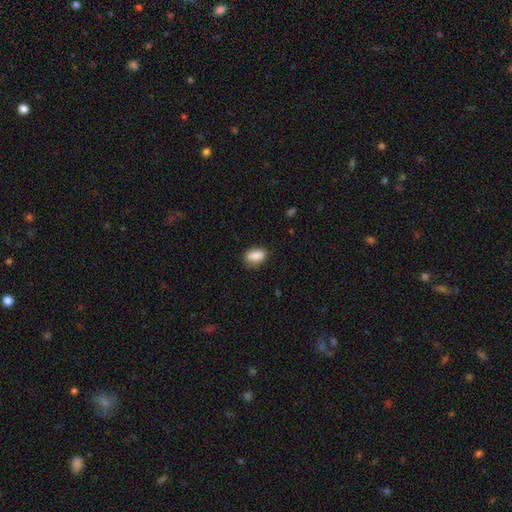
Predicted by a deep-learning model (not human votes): Smooth or featured? smooth (88%)
How rounded? in between (89%)
Merging? none (79%)